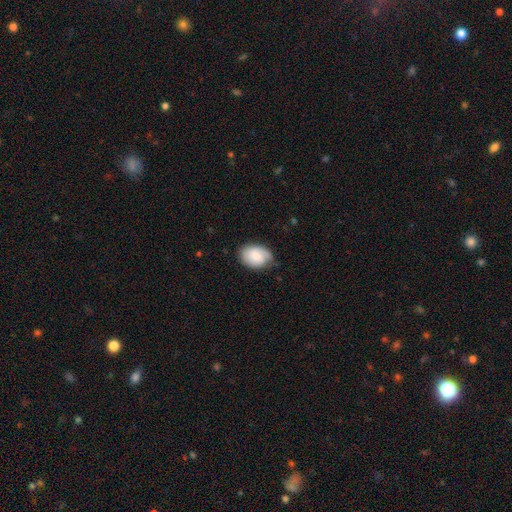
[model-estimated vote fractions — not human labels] Smooth or featured?
  - smooth: 73% *
  - featured or disk: 20%
  - star or artifact: 7%
How rounded?
  - in between: 78% *
  - round: 21%
  - cigar-shaped: 1%
Merging?
  - none: 67% *
  - minor disturbance: 26%
  - major disturbance: 5%
  - merger: 1%